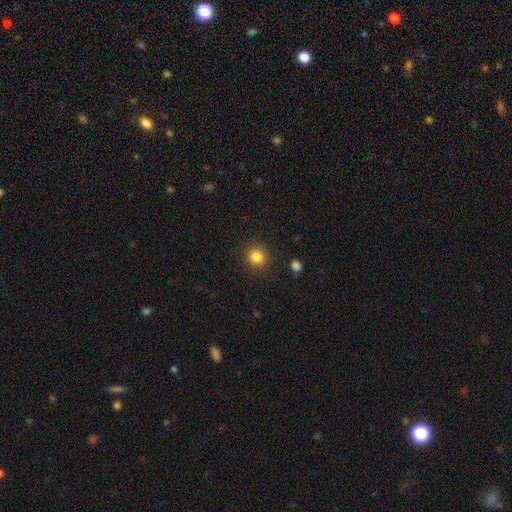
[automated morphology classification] smooth_or_featured: smooth (p=0.84) [alt: star or artifact p=0.11]
how_rounded: round (p=0.89) [alt: in between p=0.10]
merging: none (p=0.89) [alt: minor disturbance p=0.07]